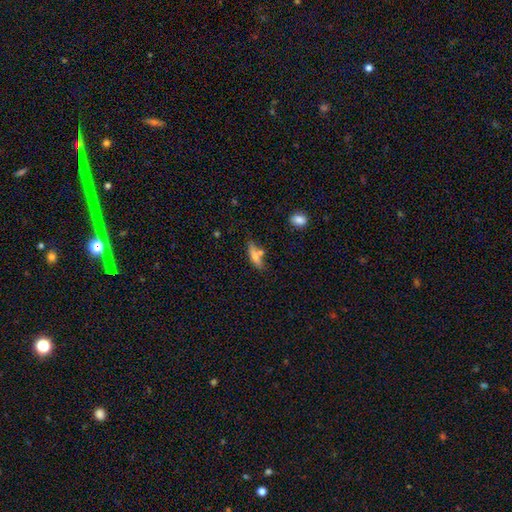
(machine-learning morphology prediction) This is likely a smooth galaxy (69%). How rounded: possibly cigar-shaped (56%). Merging: likely none (62%).